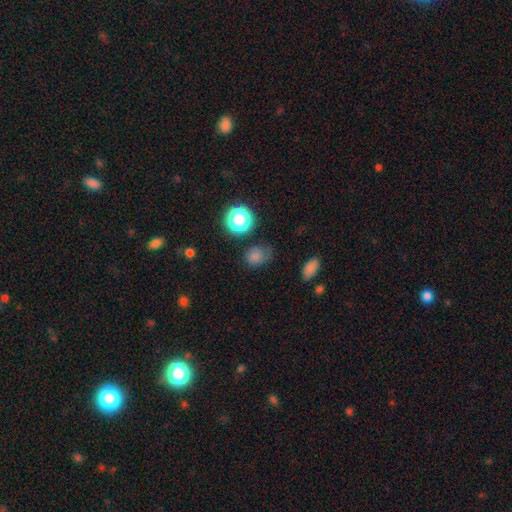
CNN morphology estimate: Smooth or featured: smooth — 75% (star or artifact — 19%)
How rounded: round — 57% (in between — 41%)
Merging: none — 65% (minor disturbance — 23%)